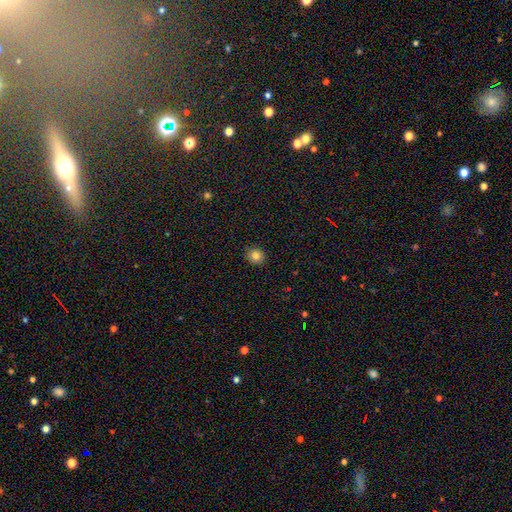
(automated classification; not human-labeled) Smooth or featured? Predicted: smooth (p=0.83). How rounded? Predicted: round (p=0.84). Merging? Predicted: none (p=0.91).